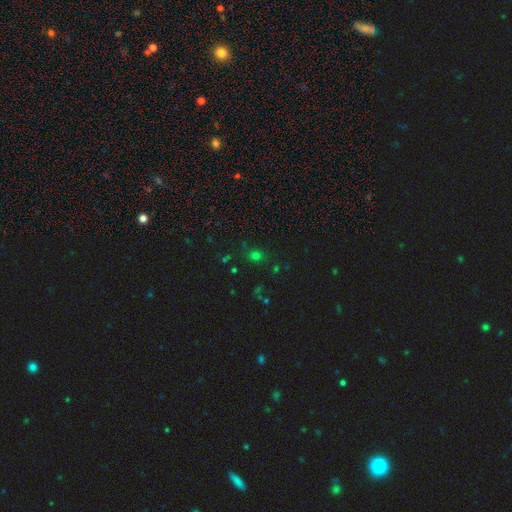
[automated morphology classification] smooth 65%, star or artifact 29%, featured or disk 6%. Down the decision tree: how rounded — round (67%); merging — none (81%).